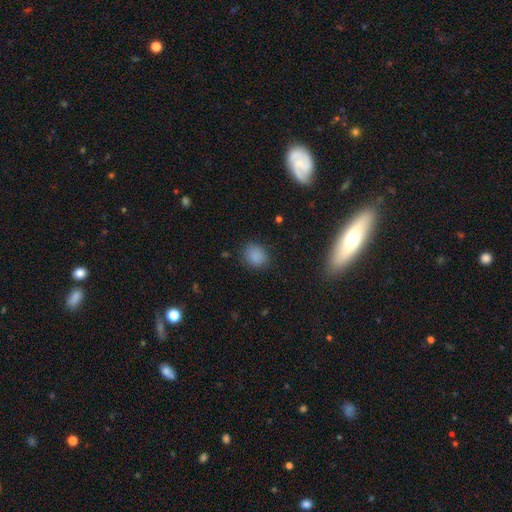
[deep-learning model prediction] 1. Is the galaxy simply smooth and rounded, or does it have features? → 85% smooth, 11% star or artifact, 4% featured or disk.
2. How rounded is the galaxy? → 62% round, 37% in between, 1% cigar-shaped.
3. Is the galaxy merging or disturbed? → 82% none, 13% minor disturbance, 4% major disturbance, 1% merger.